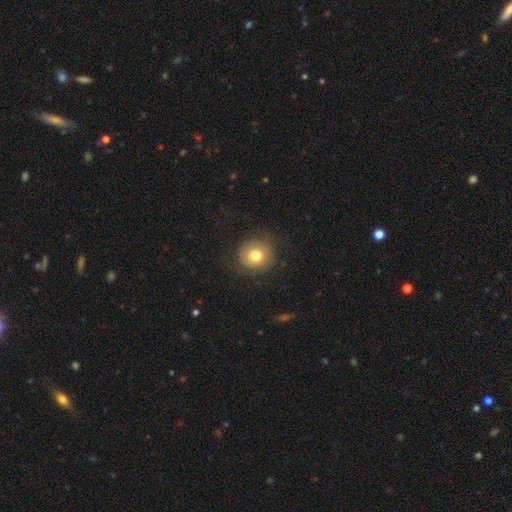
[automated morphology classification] This is likely a smooth galaxy (72%). How rounded: clearly round (88%). Merging: likely none (77%).